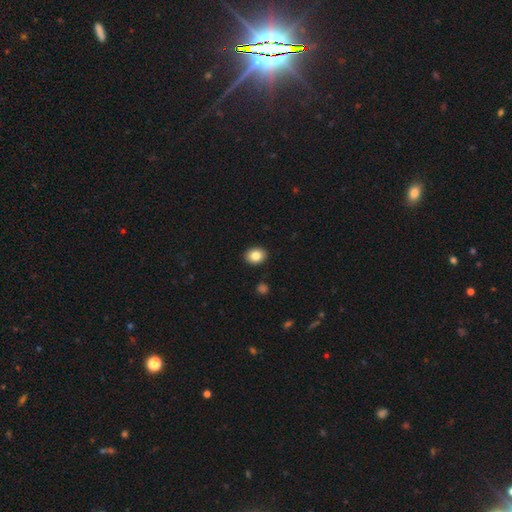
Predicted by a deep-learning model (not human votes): Overall: smooth (85%). How rounded: in between (53%; round 46%). Merging: none (91%).